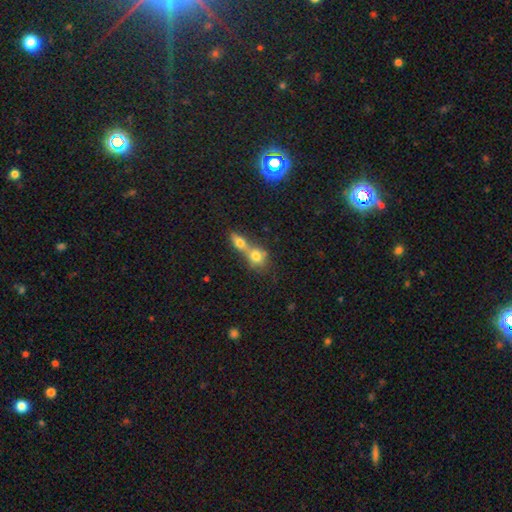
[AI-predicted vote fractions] A smooth galaxy with no disk features (73%) that is round (53%).

Vote fractions:
- Smooth or featured? smooth: 73% / featured or disk: 17% / star or artifact: 10%
- How rounded? round: 53% / in between: 43% / cigar-shaped: 4%
- Merging? merger: 74% / none: 18% / minor disturbance: 5% / major disturbance: 3%